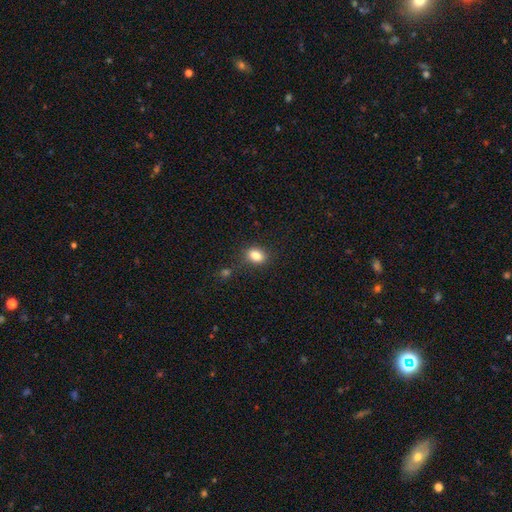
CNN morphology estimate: smooth-or-featured: smooth: 84% | star or artifact: 10% | featured or disk: 6%
  how-rounded: in between: 69% | round: 30% | cigar-shaped: 1%
  merging: none: 80% | minor disturbance: 12% | merger: 4% | major disturbance: 3%